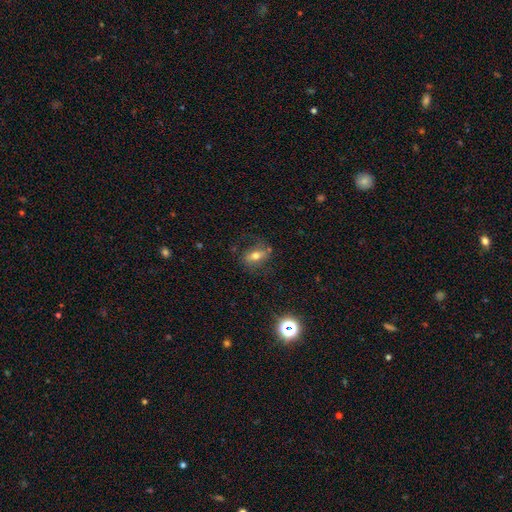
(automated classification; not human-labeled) This is possibly a smooth galaxy (49%). Merging: likely none (68%).